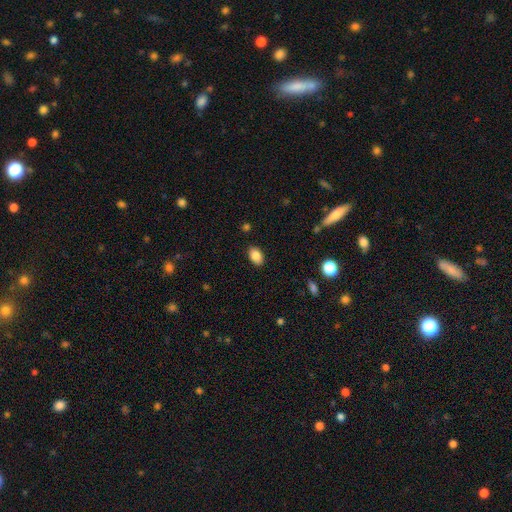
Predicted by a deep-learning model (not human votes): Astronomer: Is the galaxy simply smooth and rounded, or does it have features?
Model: smooth — 86%.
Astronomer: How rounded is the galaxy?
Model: in between — 87%.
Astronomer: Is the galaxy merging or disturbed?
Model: none — 87%.